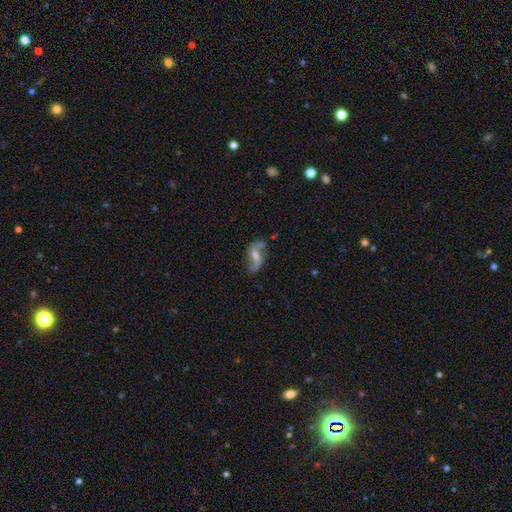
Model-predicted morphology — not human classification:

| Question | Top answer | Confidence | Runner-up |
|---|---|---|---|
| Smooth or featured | featured or disk | 73% | smooth (19%) |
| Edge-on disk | no | 95% | yes (5%) |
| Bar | weak | 48% | no (29%) |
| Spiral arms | yes | 89% | no (11%) |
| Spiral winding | loose | 75% | medium (20%) |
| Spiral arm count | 2 | 87% | 1 (6%) |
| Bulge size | moderate | 50% | small (33%) |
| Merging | none | 58% | minor disturbance (22%) |